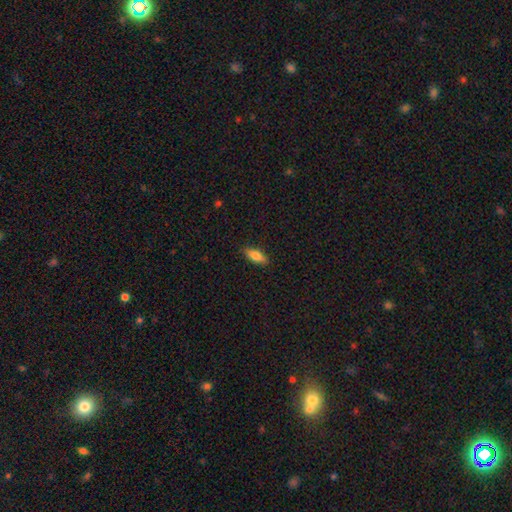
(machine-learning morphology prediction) Q: Smooth or featured?
A: smooth (81%); runner-up: featured or disk (12%)
Q: How rounded?
A: in between (75%); runner-up: cigar-shaped (23%)
Q: Merging?
A: none (88%); runner-up: minor disturbance (9%)